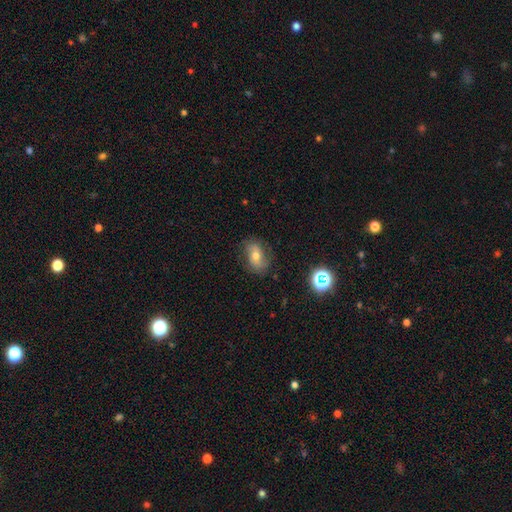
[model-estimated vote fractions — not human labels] Smooth or featured?
  - smooth: 50% *
  - featured or disk: 37%
  - star or artifact: 13%
Merging?
  - none: 75% *
  - minor disturbance: 18%
  - major disturbance: 6%
  - merger: 1%